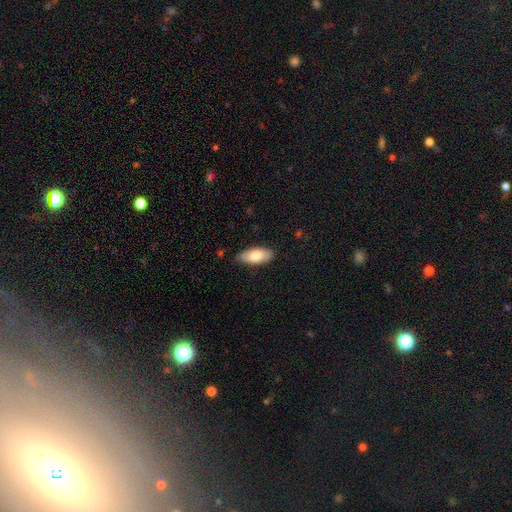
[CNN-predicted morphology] smooth-or-featured: smooth: 79% | featured or disk: 15% | star or artifact: 6%
  how-rounded: in between: 87% | cigar-shaped: 11% | round: 2%
  merging: none: 84% | minor disturbance: 13% | major disturbance: 2% | merger: 1%